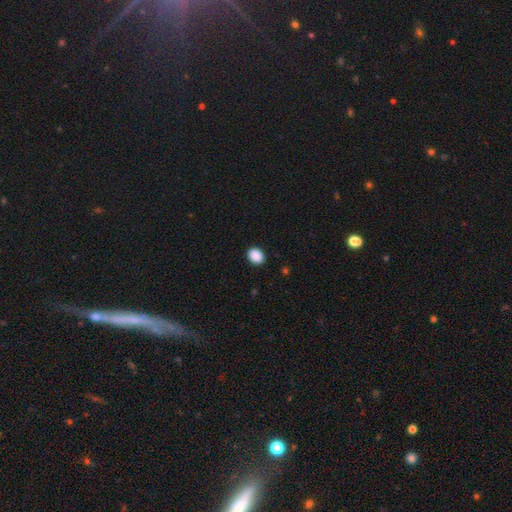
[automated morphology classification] smooth 90%, star or artifact 8%, featured or disk 2%. Down the decision tree: how rounded — in between (53%); merging — none (91%).